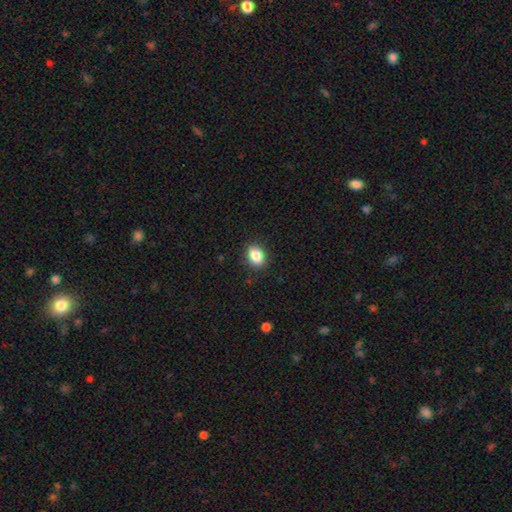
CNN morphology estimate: Q: Smooth or featured?
A: smooth (87%); runner-up: star or artifact (9%)
Q: How rounded?
A: in between (71%); runner-up: round (28%)
Q: Merging?
A: none (88%); runner-up: minor disturbance (9%)